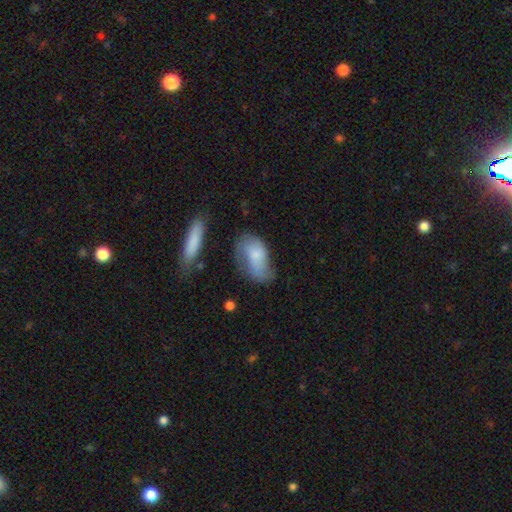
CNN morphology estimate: Smooth or featured? Predicted: smooth (p=0.64). How rounded? Predicted: in between (p=0.90). Merging? Predicted: none (p=0.42).